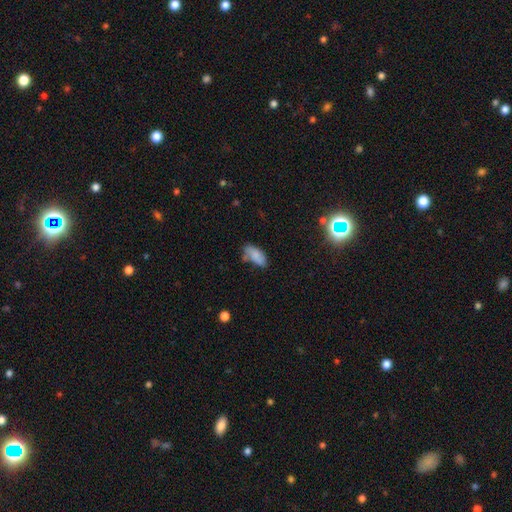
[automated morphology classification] Smooth or featured?
  - smooth: 79% *
  - featured or disk: 12%
  - star or artifact: 9%
How rounded?
  - in between: 89% *
  - cigar-shaped: 8%
  - round: 3%
Merging?
  - none: 52% *
  - minor disturbance: 30%
  - merger: 9%
  - major disturbance: 9%